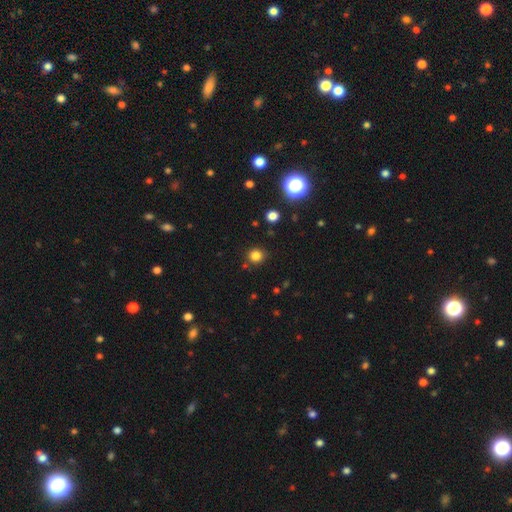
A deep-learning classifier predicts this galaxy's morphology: Q: Smooth or featured?
A: smooth (81%); runner-up: star or artifact (14%)
Q: How rounded?
A: round (89%); runner-up: in between (10%)
Q: Merging?
A: none (86%); runner-up: minor disturbance (8%)